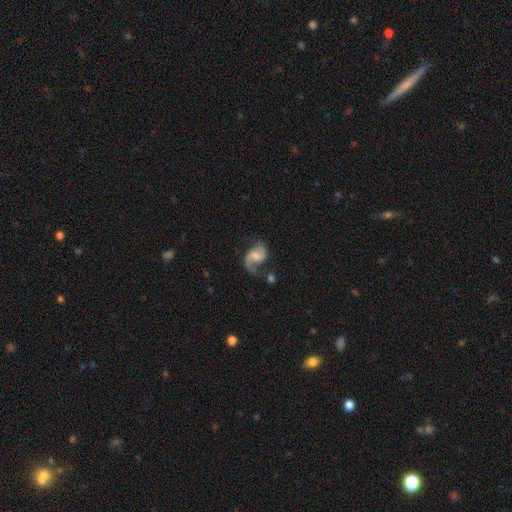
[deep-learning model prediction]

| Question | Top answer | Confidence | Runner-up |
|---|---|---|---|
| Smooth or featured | featured or disk | 86% | smooth (8%) |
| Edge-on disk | no | 98% | yes (2%) |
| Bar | no | 46% | weak (43%) |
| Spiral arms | yes | 97% | no (3%) |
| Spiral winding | loose | 48% | medium (43%) |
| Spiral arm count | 2 | 88% | 1 (7%) |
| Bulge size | moderate | 51% | small (34%) |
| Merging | none | 62% | minor disturbance (19%) |